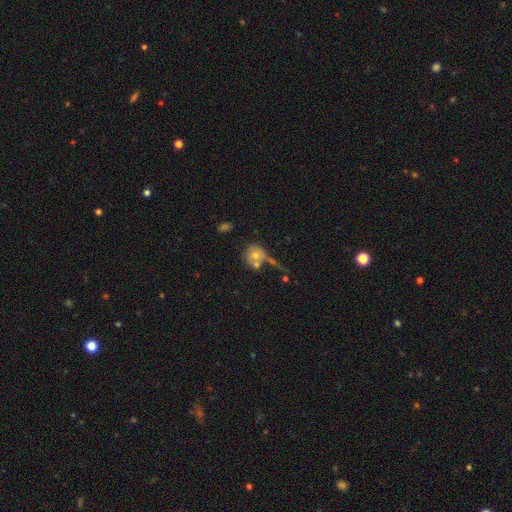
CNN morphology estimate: A smooth galaxy with no disk features (59%) that is round (82%). Merging: none (40%).